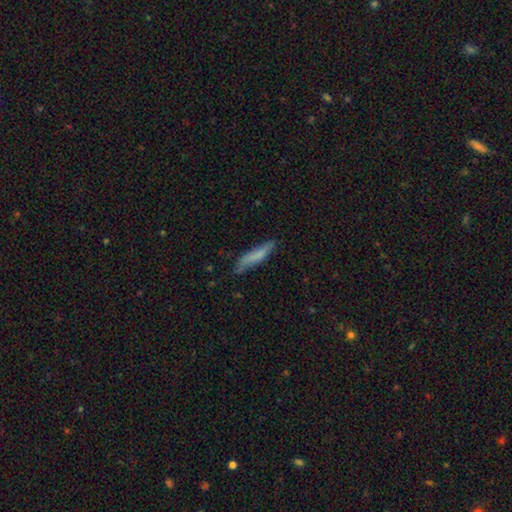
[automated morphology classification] Smooth or featured? Predicted: smooth (p=0.71). How rounded? Predicted: cigar-shaped (p=0.86). Merging? Predicted: none (p=0.68).